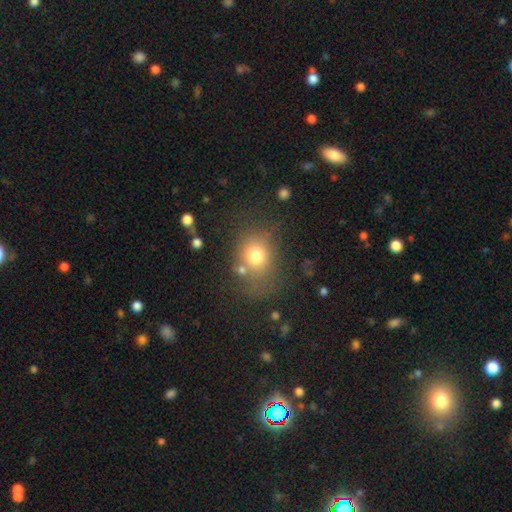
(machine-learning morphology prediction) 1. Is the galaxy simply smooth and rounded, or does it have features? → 74% smooth, 14% star or artifact, 12% featured or disk.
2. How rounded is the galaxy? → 61% round, 38% in between, 1% cigar-shaped.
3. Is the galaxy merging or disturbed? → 63% none, 18% minor disturbance, 11% major disturbance, 8% merger.